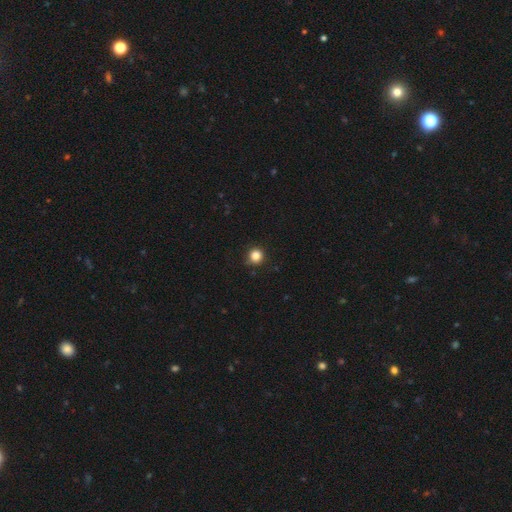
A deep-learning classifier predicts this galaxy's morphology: This appears to be a smooth galaxy with no disk features (85%) that is round (93%). Merging: none (87%).